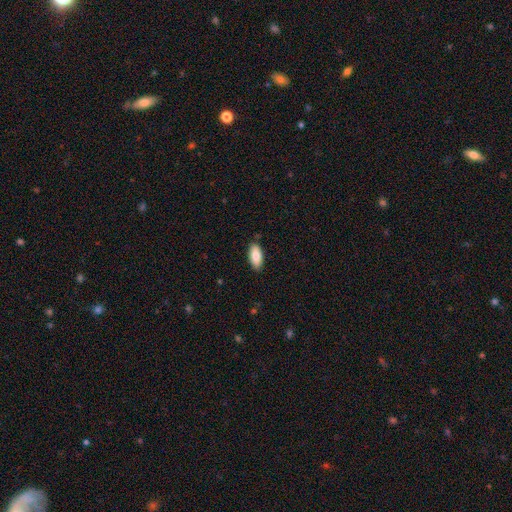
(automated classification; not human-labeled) This is clearly a smooth galaxy (84%). How rounded: clearly in between (90%). Merging: clearly none (87%).